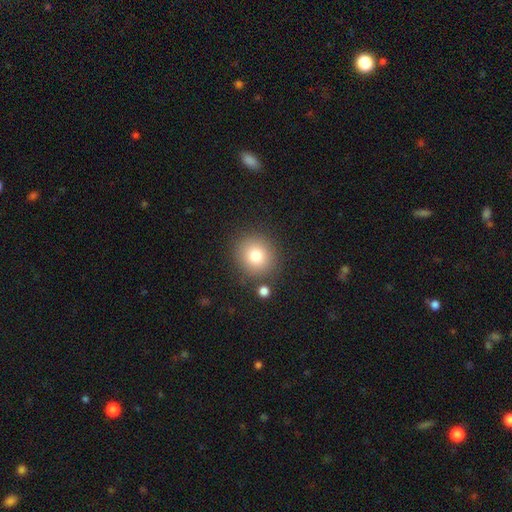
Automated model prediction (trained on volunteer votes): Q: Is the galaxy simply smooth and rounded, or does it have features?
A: smooth — 79%.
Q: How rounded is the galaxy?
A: round — 90%.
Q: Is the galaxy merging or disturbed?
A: none — 82%.